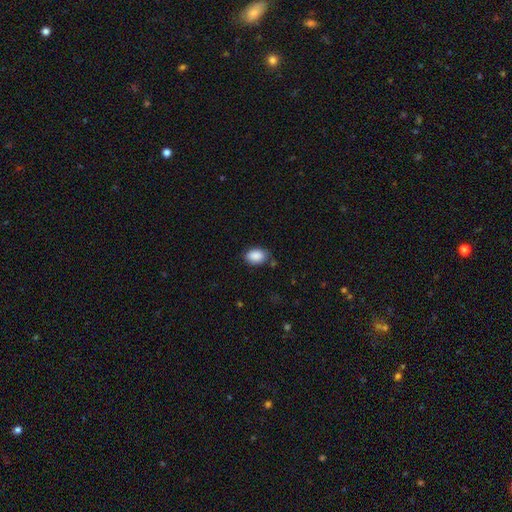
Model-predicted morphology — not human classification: A smooth galaxy with no disk features (89%) that is in between round and cigar-shaped (84%). Merging: none (79%).